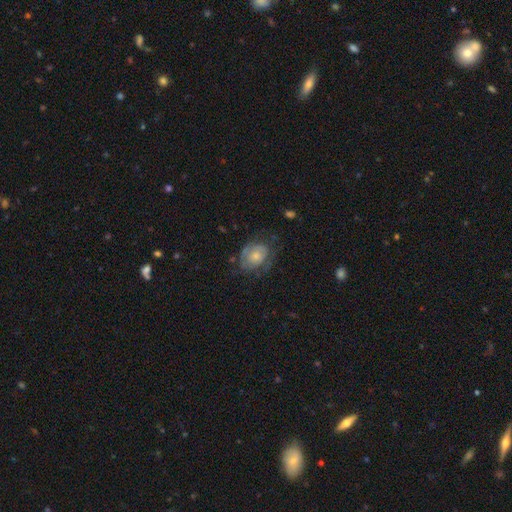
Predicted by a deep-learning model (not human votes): This appears to be a smooth galaxy with no disk features (48%). Merging: none (52%).